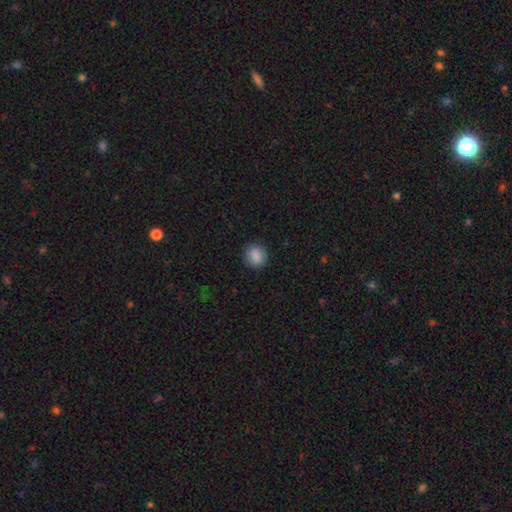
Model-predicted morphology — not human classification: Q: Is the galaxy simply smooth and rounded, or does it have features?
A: smooth — 87%.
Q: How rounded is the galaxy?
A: round — 81%.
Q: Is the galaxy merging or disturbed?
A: none — 88%.